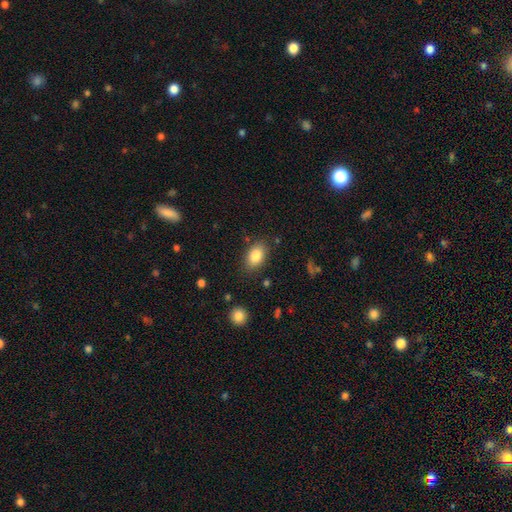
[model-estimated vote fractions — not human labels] A smooth galaxy with no disk features (83%) that is in between round and cigar-shaped (86%). Merging: none (82%).